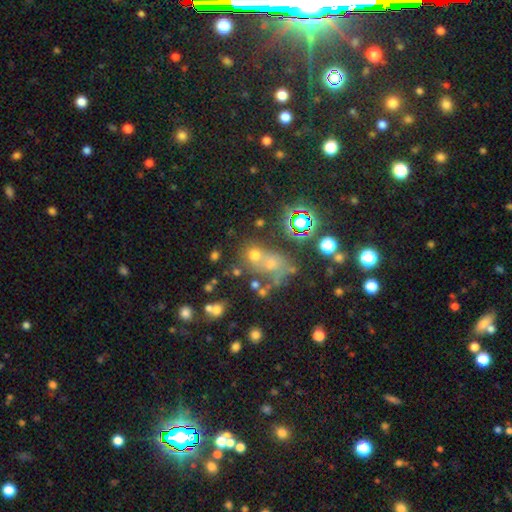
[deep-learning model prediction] Smooth or featured? smooth (48%)
Merging? none (43%)